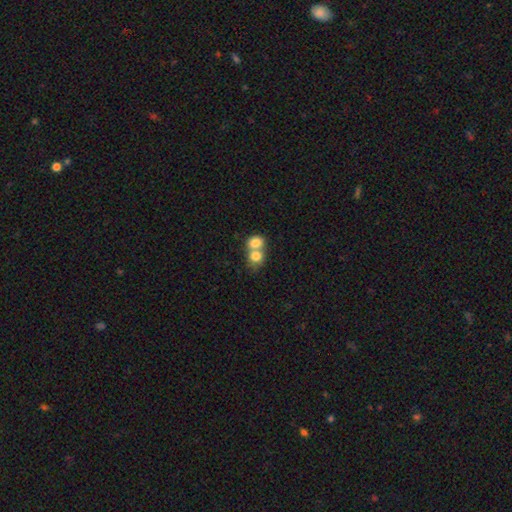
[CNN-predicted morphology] type=smooth (79%); roundness=round (65%); merging=merger (70%).